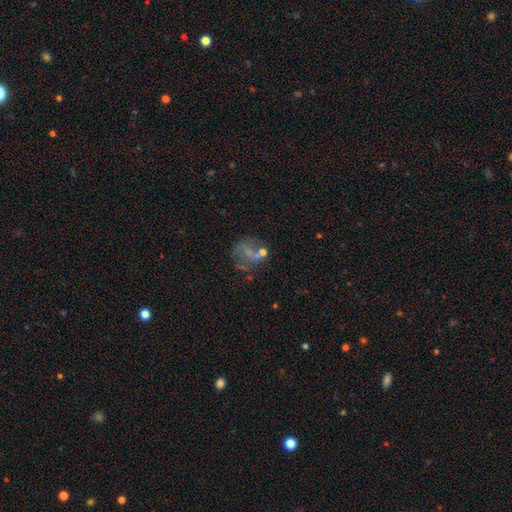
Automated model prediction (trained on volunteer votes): Smooth or featured?
  - featured or disk: 42% *
  - smooth: 34%
  - star or artifact: 24%
Merging?
  - none: 49% *
  - major disturbance: 21%
  - minor disturbance: 18%
  - merger: 12%